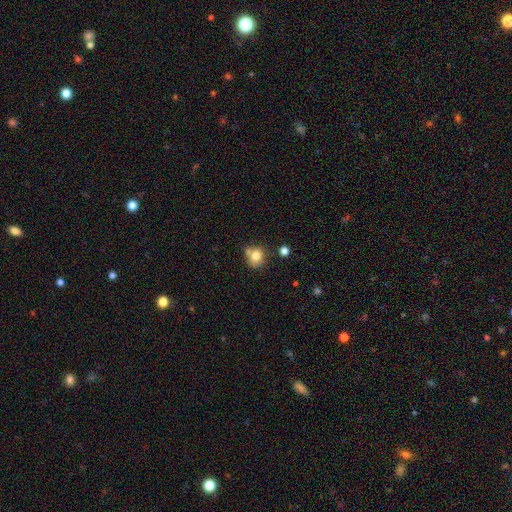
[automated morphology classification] The model was most divided on "merging": none: 58%, merger: 20%, minor disturbance: 17%, major disturbance: 5%. More confident: how rounded — round (80%); smooth or featured — smooth (79%).